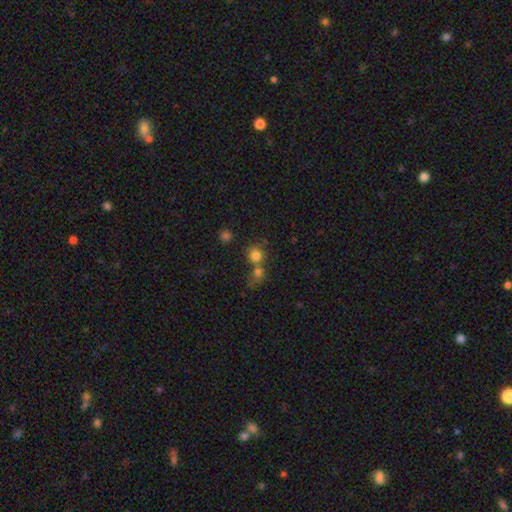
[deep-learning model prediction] smooth 78%, star or artifact 14%, featured or disk 9%. Down the decision tree: how rounded — round (87%); merging — none (48%).